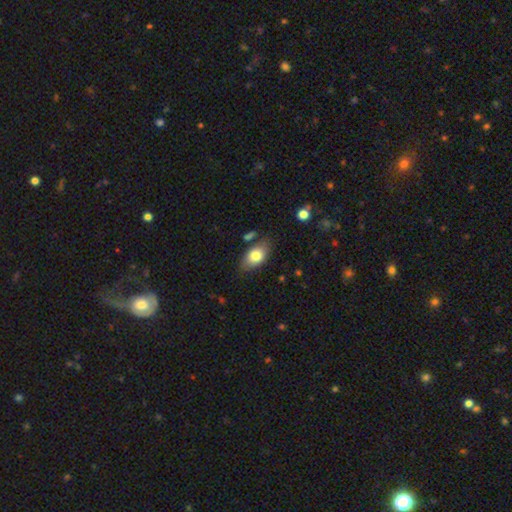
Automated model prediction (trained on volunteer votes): This appears to be a smooth galaxy with no disk features (77%) that is in between round and cigar-shaped (90%). Merging: none (74%).